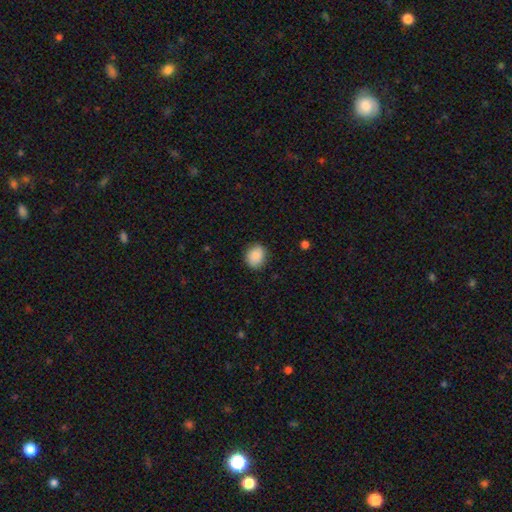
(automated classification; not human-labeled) Overall: smooth (88%). How rounded: round (62%; in between 37%). Merging: none (84%).